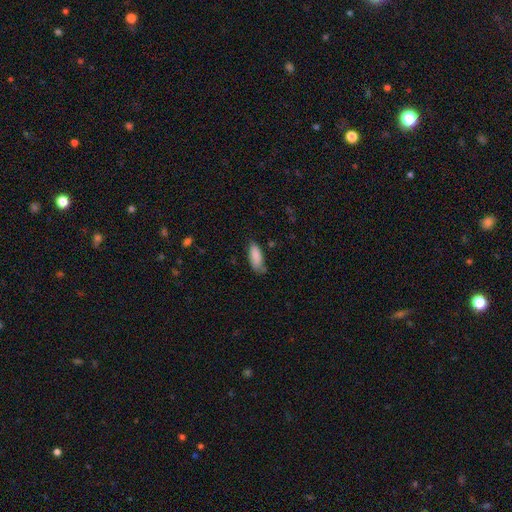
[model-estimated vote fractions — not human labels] Q: Smooth or featured?
A: smooth (86%); runner-up: featured or disk (7%)
Q: How rounded?
A: in between (73%); runner-up: cigar-shaped (25%)
Q: Merging?
A: none (60%); runner-up: minor disturbance (30%)